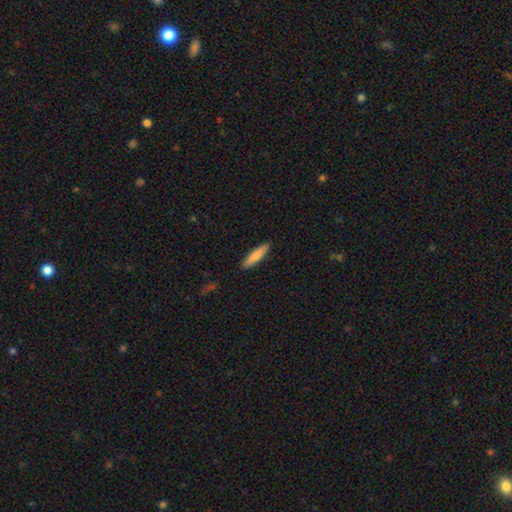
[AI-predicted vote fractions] Smooth or featured? smooth (79%)
How rounded? cigar-shaped (77%)
Merging? none (90%)